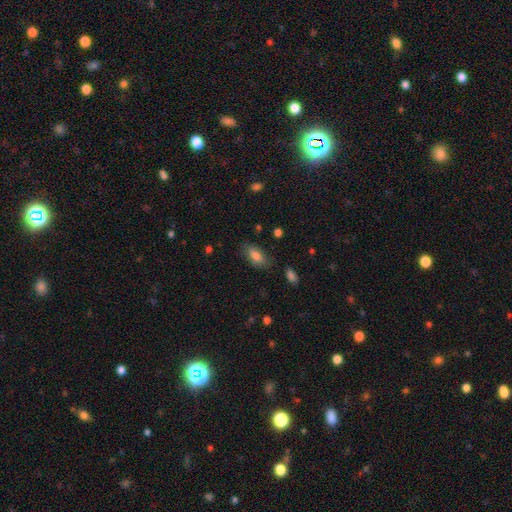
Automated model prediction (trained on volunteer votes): A smooth galaxy with no disk features (80%) that is in between round and cigar-shaped (86%). Merging: none (76%).